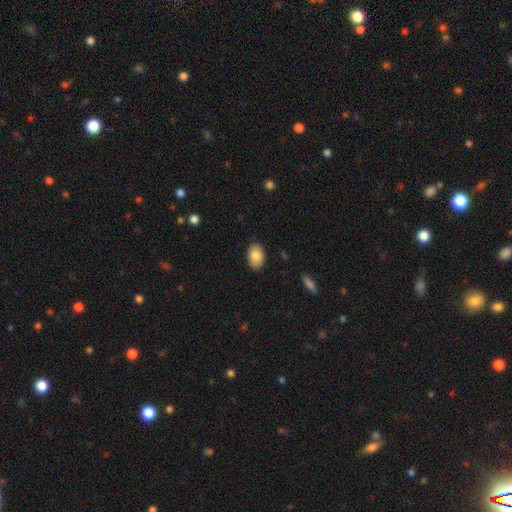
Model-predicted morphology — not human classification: smooth_or_featured: smooth (p=0.84) [alt: featured or disk p=0.10]
how_rounded: in between (p=0.88) [alt: round p=0.11]
merging: none (p=0.88) [alt: minor disturbance p=0.09]